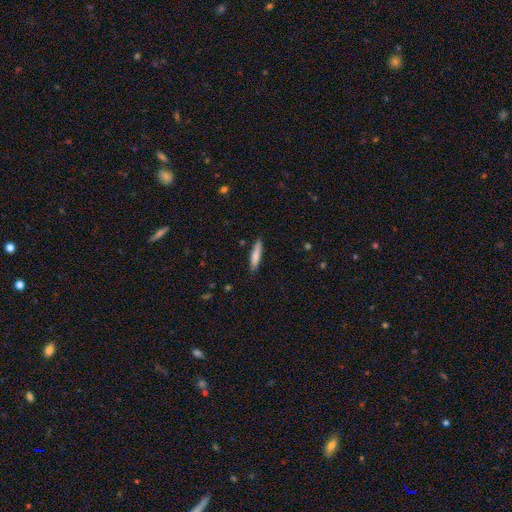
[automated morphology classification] smooth-or-featured: smooth: 78% | featured or disk: 16% | star or artifact: 6%
  how-rounded: cigar-shaped: 85% | in between: 14% | round: 1%
  merging: none: 87% | minor disturbance: 10% | major disturbance: 2% | merger: 1%